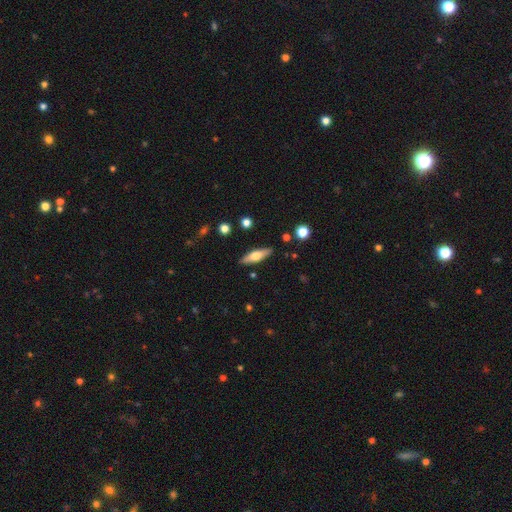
Volunteers were most divided on "smooth or featured": featured or disk: 62%, smooth: 31%, star or artifact: 8%. More confident: edge-on disk — yes (92%); edge-on bulge — rounded (91%); merging — none (83%).